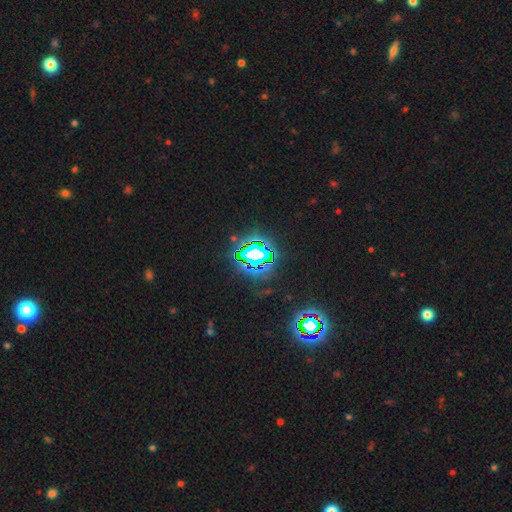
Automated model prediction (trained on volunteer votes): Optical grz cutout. It shows a star or artifact, not a galaxy (76%).